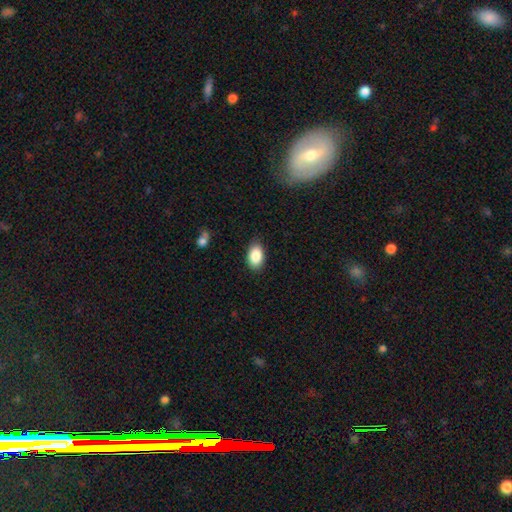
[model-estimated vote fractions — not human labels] Overall: smooth (88%). How rounded: in between (92%). Merging: none (84%).